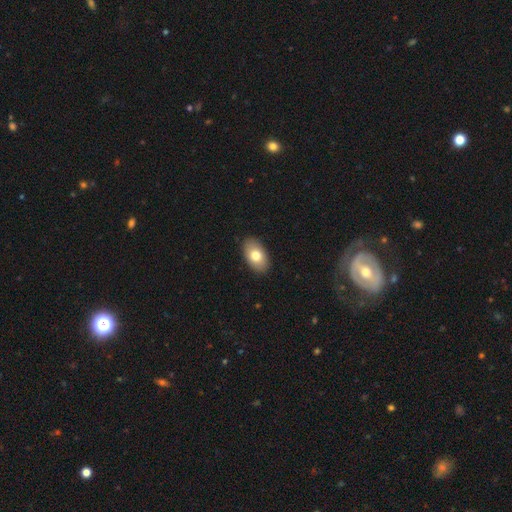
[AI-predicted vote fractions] The model was most divided on "smooth or featured": smooth: 77%, featured or disk: 16%, star or artifact: 7%. More confident: how rounded — in between (92%); merging — none (89%).